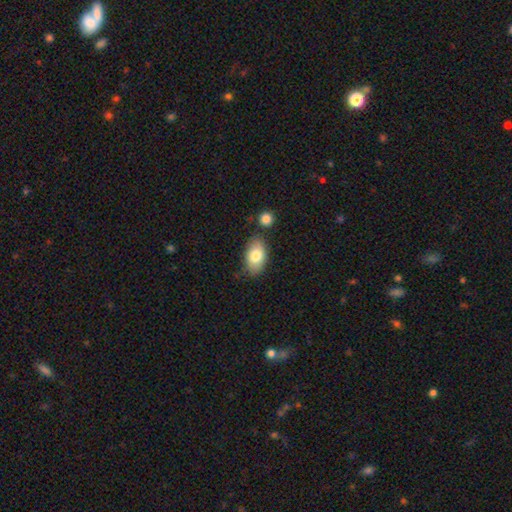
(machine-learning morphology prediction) Smooth or featured?
  - smooth: 80% *
  - featured or disk: 14%
  - star or artifact: 7%
How rounded?
  - in between: 91% *
  - round: 7%
  - cigar-shaped: 2%
Merging?
  - none: 76% *
  - minor disturbance: 14%
  - merger: 7%
  - major disturbance: 3%